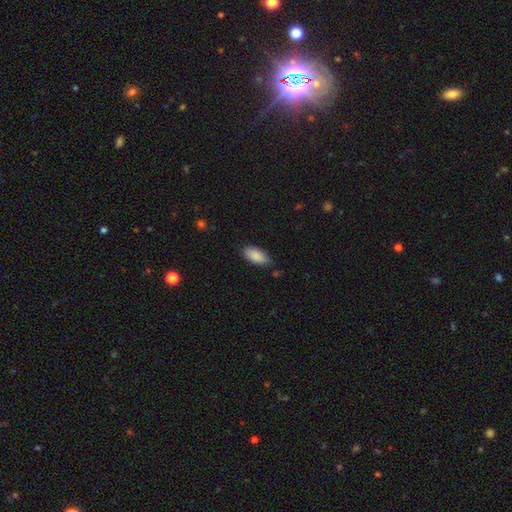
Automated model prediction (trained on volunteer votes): A smooth galaxy with no disk features (89%) that is in between round and cigar-shaped (90%). Merging: none (79%).